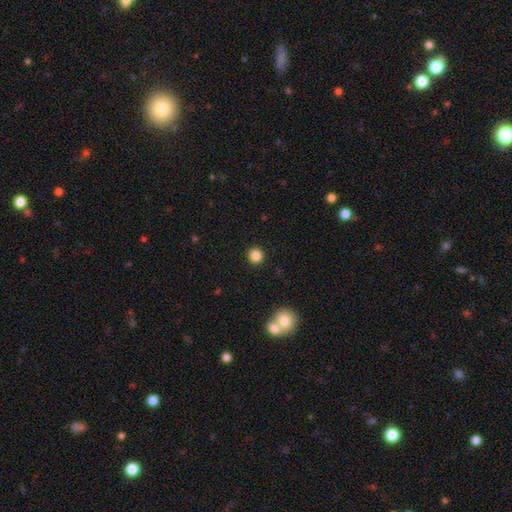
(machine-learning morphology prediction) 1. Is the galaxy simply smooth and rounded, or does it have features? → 85% smooth, 11% star or artifact, 4% featured or disk.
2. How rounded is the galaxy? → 92% round, 7% in between, 1% cigar-shaped.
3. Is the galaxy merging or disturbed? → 91% none, 5% minor disturbance, 2% merger, 2% major disturbance.